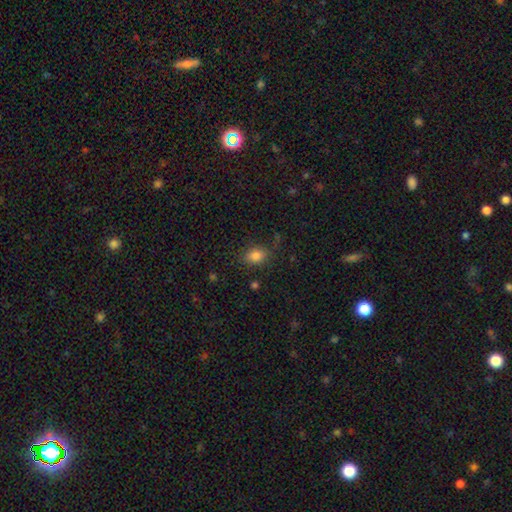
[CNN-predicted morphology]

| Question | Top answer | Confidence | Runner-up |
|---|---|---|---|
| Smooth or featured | smooth | 82% | star or artifact (11%) |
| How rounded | in between | 76% | round (22%) |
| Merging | none | 79% | minor disturbance (14%) |